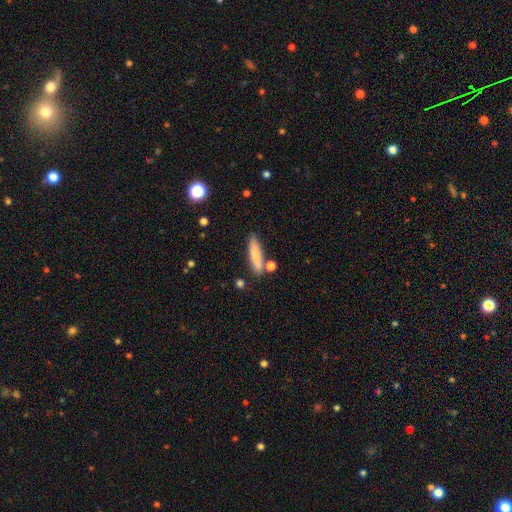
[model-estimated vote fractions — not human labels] The model was most divided on "how rounded": cigar-shaped: 71%, in between: 27%, round: 2%. More confident: smooth or featured — smooth (77%); merging — none (73%).